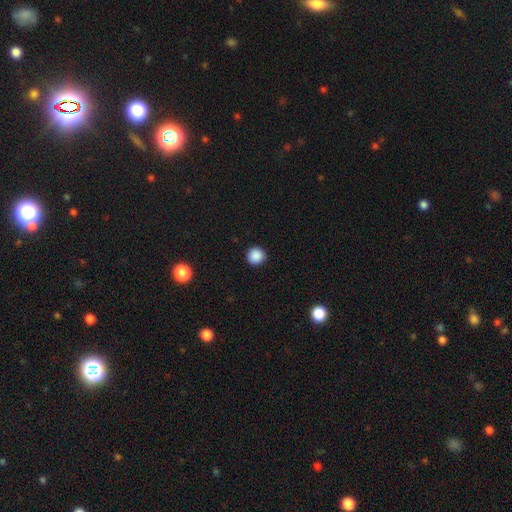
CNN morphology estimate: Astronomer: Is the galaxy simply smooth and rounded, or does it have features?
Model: smooth — 88%.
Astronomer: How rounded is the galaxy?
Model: round — 95%.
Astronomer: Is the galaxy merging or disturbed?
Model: none — 93%.